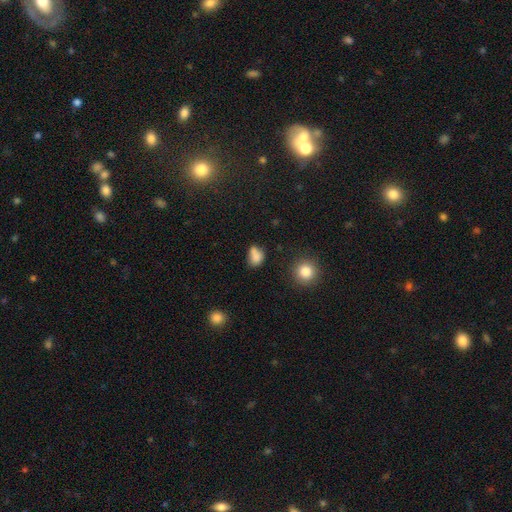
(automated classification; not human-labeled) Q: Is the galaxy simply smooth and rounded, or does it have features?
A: smooth — 78%.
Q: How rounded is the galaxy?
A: in between — 64%.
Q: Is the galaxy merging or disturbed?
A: none — 39%.